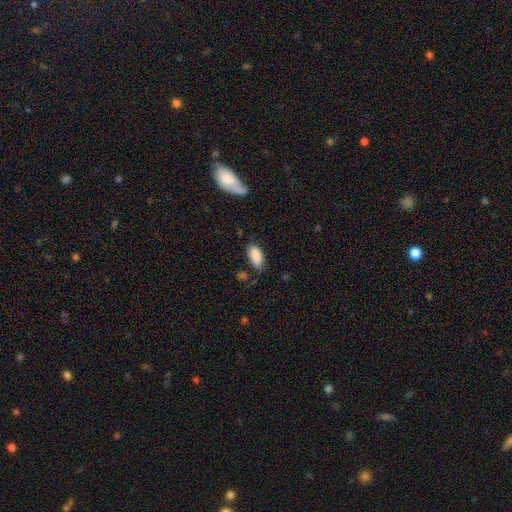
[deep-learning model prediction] smooth 88%, star or artifact 7%, featured or disk 5%. Down the decision tree: how rounded — in between (90%); merging — none (72%).